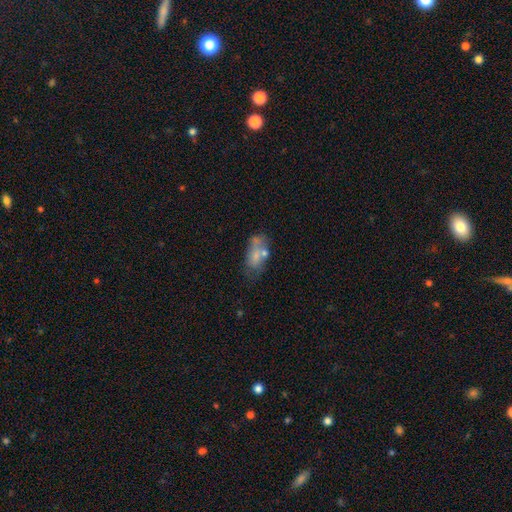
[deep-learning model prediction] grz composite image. It shows a smooth galaxy with no disk features (60%) that is in between round and cigar-shaped (89%). Merging: none (36%).